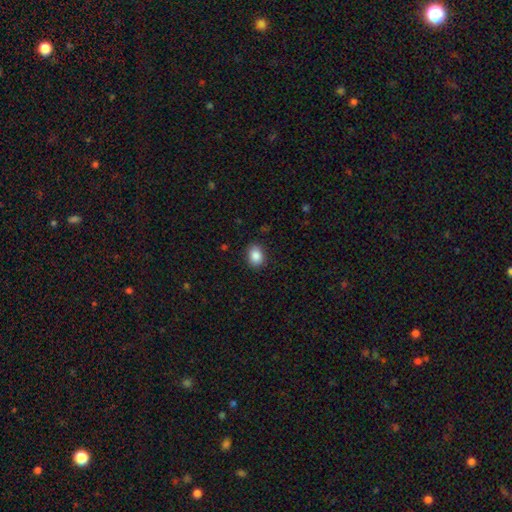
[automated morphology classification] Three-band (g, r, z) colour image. It shows a smooth galaxy with no disk features (87%) that is in between round and cigar-shaped (64%). Merging: none (87%).